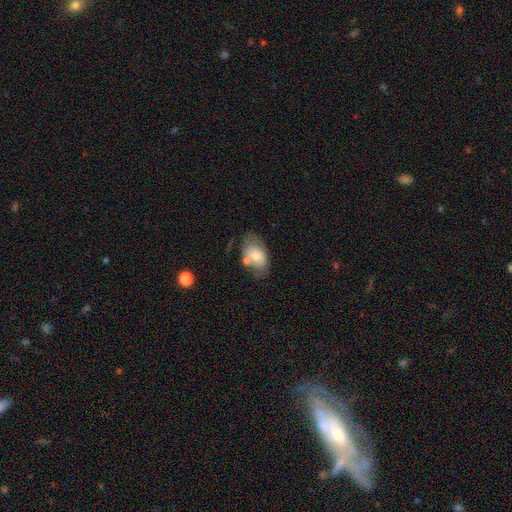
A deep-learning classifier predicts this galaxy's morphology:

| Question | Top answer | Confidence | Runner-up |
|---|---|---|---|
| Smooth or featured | smooth | 67% | featured or disk (25%) |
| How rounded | in between | 88% | round (11%) |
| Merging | none | 54% | minor disturbance (22%) |